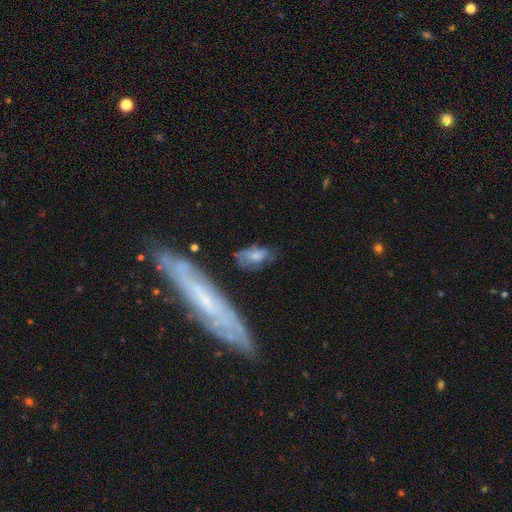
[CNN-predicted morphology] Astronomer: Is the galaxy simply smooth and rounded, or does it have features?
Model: smooth — 57% (runner-up: featured or disk, 35%).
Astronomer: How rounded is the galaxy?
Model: in between — 84%.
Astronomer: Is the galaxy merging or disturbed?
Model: none — 45% (runner-up: minor disturbance, 30%).